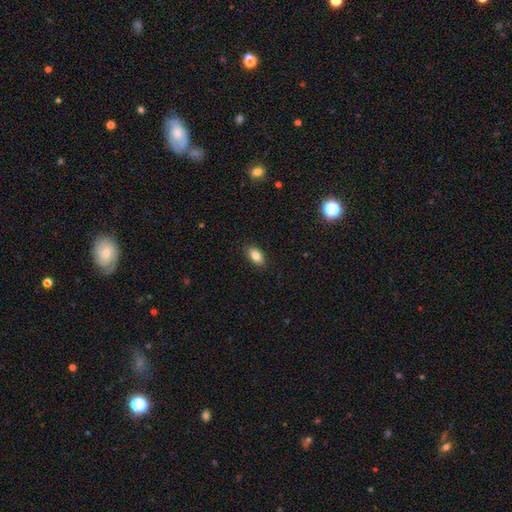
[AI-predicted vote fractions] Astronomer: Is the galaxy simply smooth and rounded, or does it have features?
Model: smooth — 84%.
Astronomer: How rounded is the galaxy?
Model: in between — 91%.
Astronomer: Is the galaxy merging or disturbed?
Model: none — 88%.